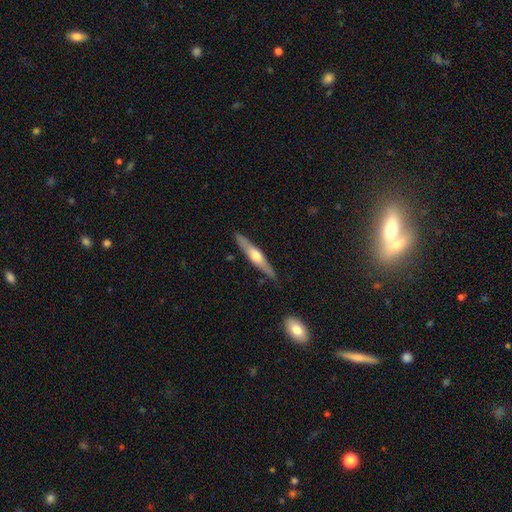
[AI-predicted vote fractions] smooth_or_featured: featured or disk (p=0.59) [alt: smooth p=0.36]
disk_edge_on: yes (p=0.94) [alt: no p=0.06]
edge_on_bulge: rounded (p=0.90) [alt: none p=0.06]
merging: none (p=0.87) [alt: minor disturbance p=0.10]